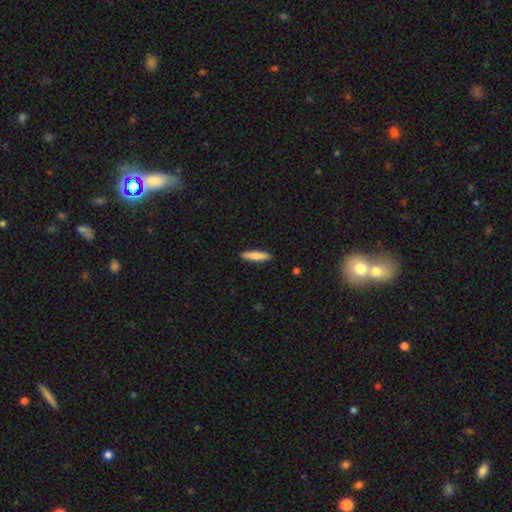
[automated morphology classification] Overall: smooth (84%). How rounded: cigar-shaped (81%). Merging: none (90%).